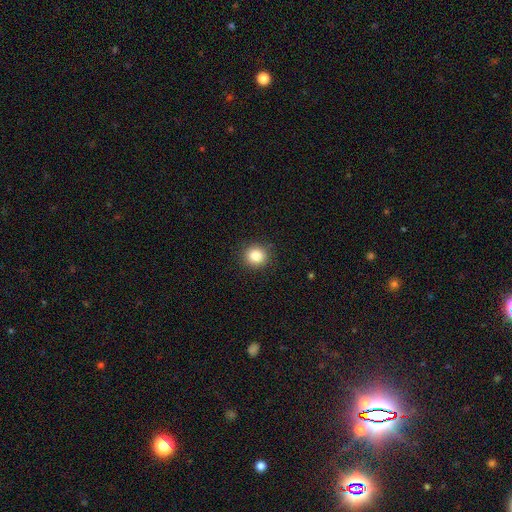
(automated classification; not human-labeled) Smooth or featured? Predicted: smooth (p=0.83). How rounded? Predicted: round (p=0.90). Merging? Predicted: none (p=0.91).